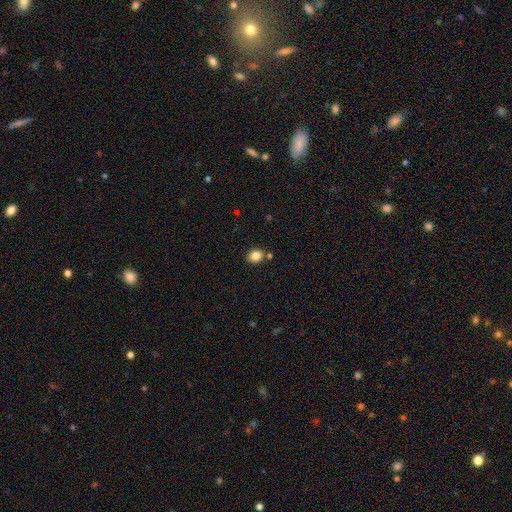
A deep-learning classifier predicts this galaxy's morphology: Smooth or featured: smooth — 84% (star or artifact — 10%)
How rounded: round — 59% (in between — 41%)
Merging: none — 81% (minor disturbance — 9%)